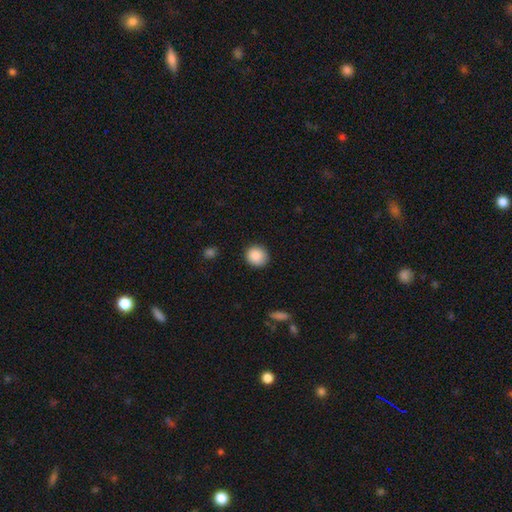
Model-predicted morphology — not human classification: Overall: smooth (88%). How rounded: round (89%). Merging: none (88%).